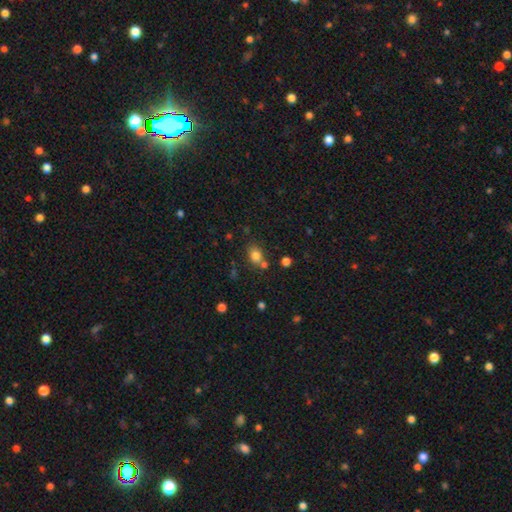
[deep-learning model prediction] smooth 80%, star or artifact 13%, featured or disk 7%. Down the decision tree: how rounded — in between (54%); merging — none (62%).